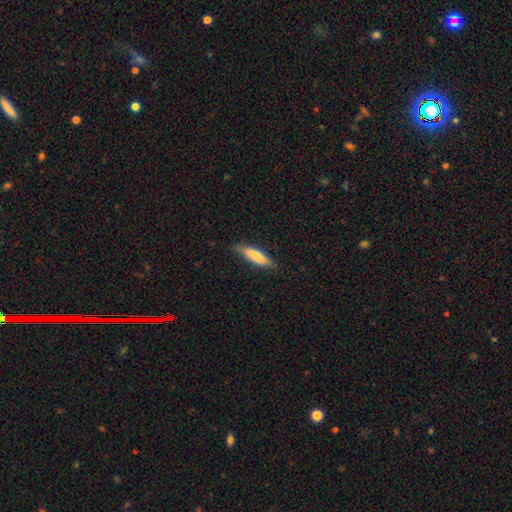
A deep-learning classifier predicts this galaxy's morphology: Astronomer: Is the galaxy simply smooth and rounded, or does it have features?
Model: smooth — 80%.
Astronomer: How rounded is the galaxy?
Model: cigar-shaped — 65%.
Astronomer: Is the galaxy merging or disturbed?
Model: none — 76%.